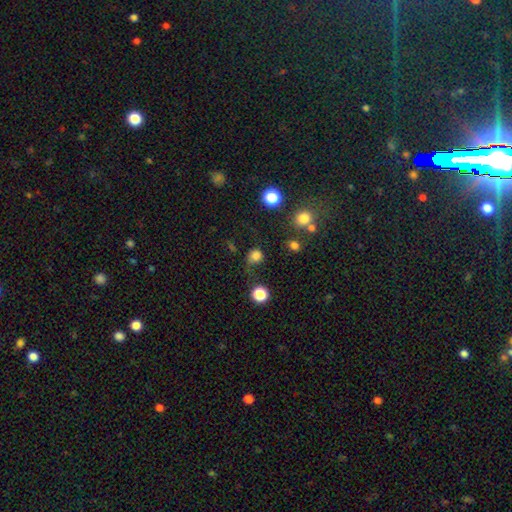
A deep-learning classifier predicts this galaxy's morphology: smooth_or_featured: smooth (p=0.77) [alt: star or artifact p=0.15]
how_rounded: round (p=0.84) [alt: in between p=0.15]
merging: none (p=0.50) [alt: minor disturbance p=0.25]